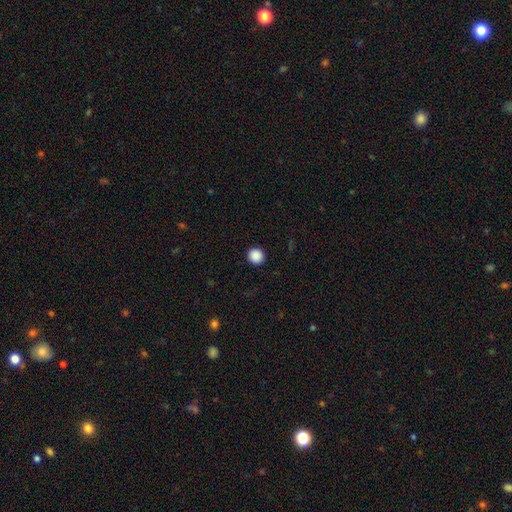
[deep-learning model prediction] A smooth galaxy with no disk features (89%) that is round (88%).

Vote fractions:
- Smooth or featured? smooth: 89% / star or artifact: 8% / featured or disk: 2%
- How rounded? round: 88% / in between: 11% / cigar-shaped: 1%
- Merging? none: 93% / minor disturbance: 5% / major disturbance: 2% / merger: 1%